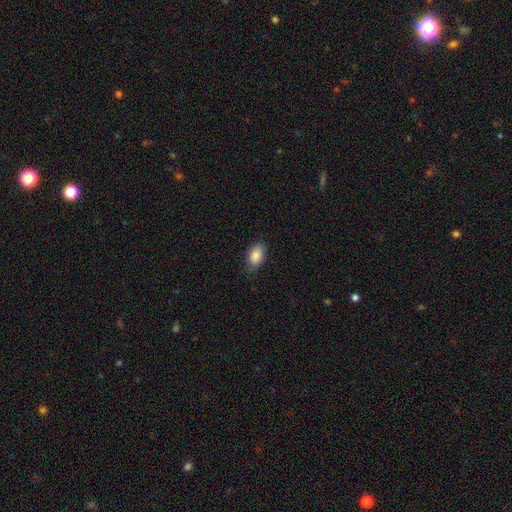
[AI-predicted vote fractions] This is clearly a smooth galaxy (88%). How rounded: clearly in between (90%). Merging: likely none (79%).